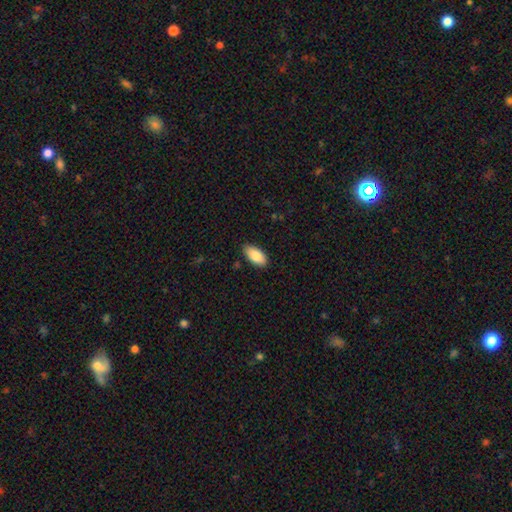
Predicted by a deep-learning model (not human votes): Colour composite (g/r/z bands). It shows a smooth galaxy with no disk features (87%) that is in between round and cigar-shaped (92%). Merging: none (86%).